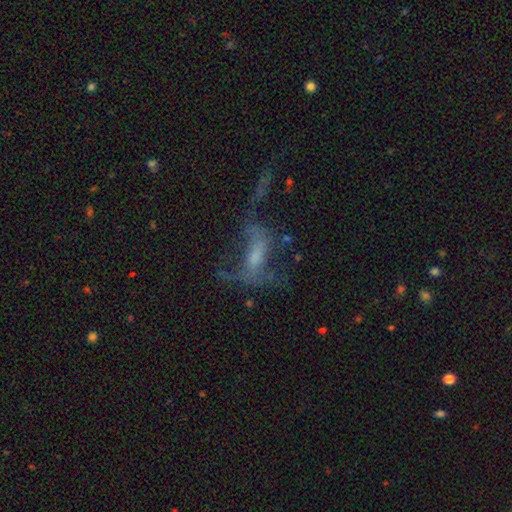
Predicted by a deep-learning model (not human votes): A featured or disk galaxy (57%) with no bar (56%), no spiral arms (56%) and a small central bulge (31%, tied with none). Merging: major disturbance (48%).